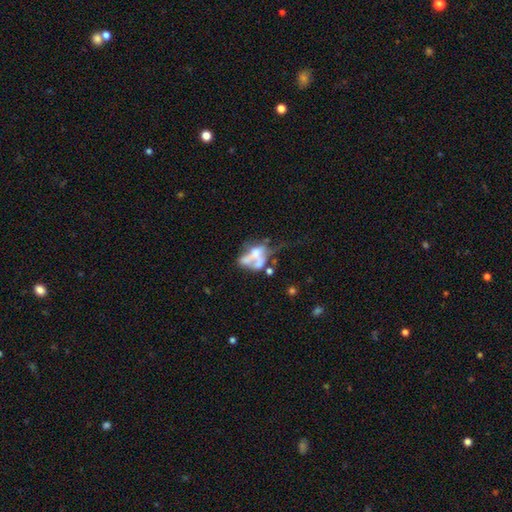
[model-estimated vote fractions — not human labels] Morphology: type=featured or disk (53%); edge-on=no (96%); bar=no (89%); spiral arms=no (93%); bulge=none (41%); merging=merger (48%).